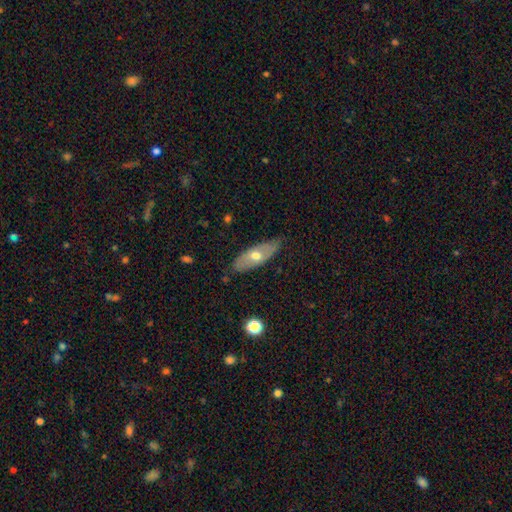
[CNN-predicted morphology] smooth-or-featured: smooth: 47% | featured or disk: 46% | star or artifact: 6%
  merging: none: 78% | minor disturbance: 18% | major disturbance: 3% | merger: 1%